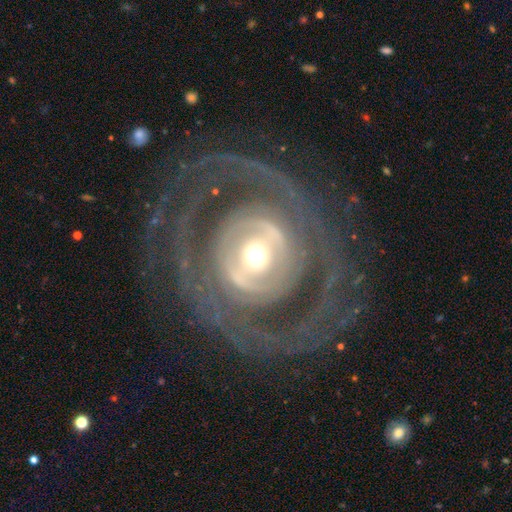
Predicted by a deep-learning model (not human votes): Smooth or featured? featured or disk (84%)
Edge-on disk? no (96%)
Bar? no (49%)
Spiral arms? yes (80%)
Spiral winding? tight (57%)
Spiral arm count? 2 (38%)
Bulge size? moderate (58%)
Merging? none (74%)